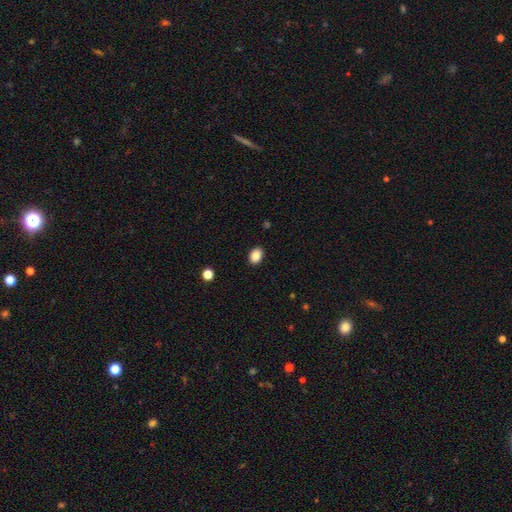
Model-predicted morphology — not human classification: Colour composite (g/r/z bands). It shows a smooth galaxy with no disk features (88%) that is in between round and cigar-shaped (72%). Merging: none (90%).